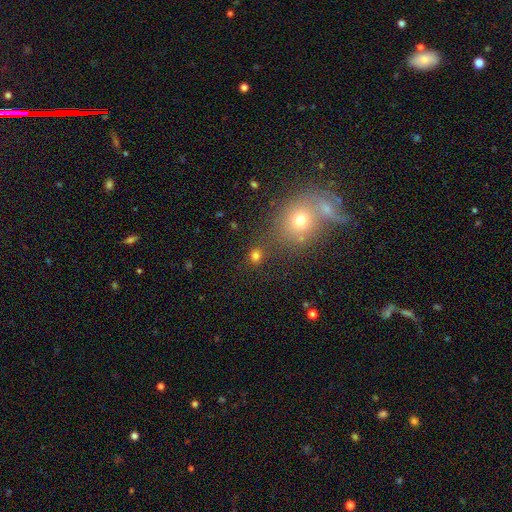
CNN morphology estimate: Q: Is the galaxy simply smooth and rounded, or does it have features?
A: smooth — 74%.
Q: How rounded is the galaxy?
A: round — 70%.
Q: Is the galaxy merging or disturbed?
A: none — 74%.